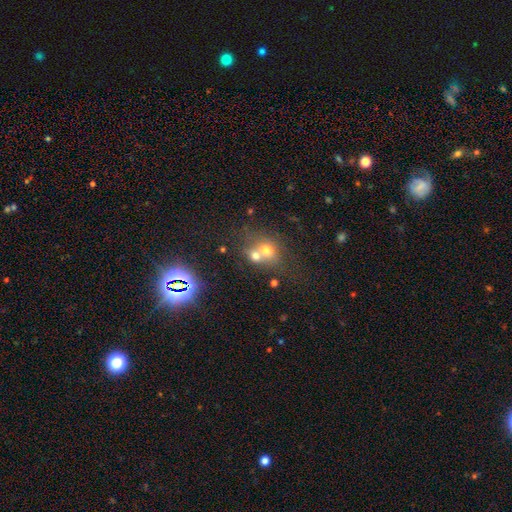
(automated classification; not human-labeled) A smooth galaxy with no disk features (64%) that is round (68%).

Vote fractions:
- Smooth or featured? smooth: 64% / featured or disk: 20% / star or artifact: 16%
- How rounded? round: 68% / in between: 31% / cigar-shaped: 1%
- Merging? merger: 60% / none: 29% / minor disturbance: 7% / major disturbance: 4%